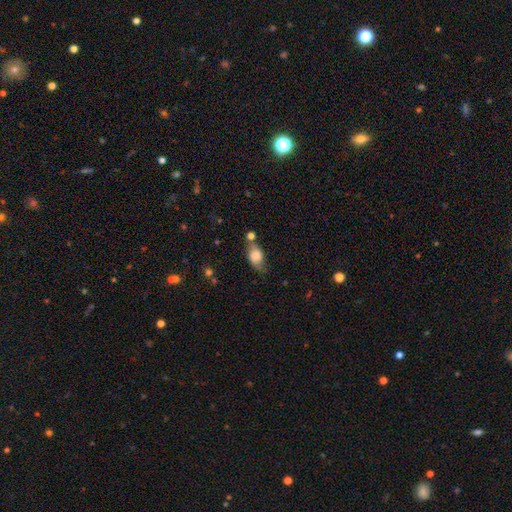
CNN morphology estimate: A smooth galaxy with no disk features (74%) that is in between round and cigar-shaped (83%). Merging: none (51%).